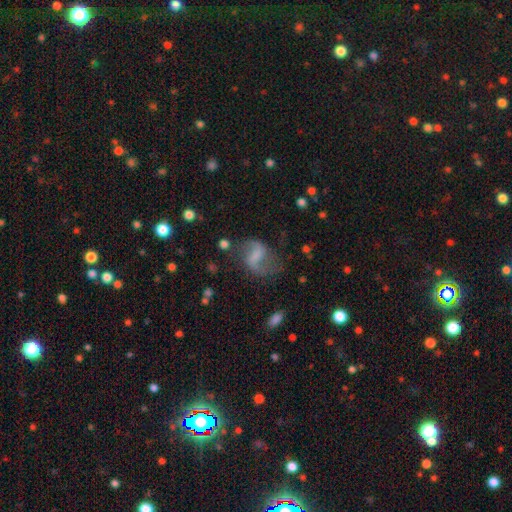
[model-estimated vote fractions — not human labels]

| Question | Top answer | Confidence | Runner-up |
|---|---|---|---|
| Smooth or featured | featured or disk | 74% | smooth (17%) |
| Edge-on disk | no | 97% | yes (3%) |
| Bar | weak | 47% | strong (33%) |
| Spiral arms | yes | 91% | no (9%) |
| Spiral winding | loose | 62% | medium (32%) |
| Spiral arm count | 2 | 90% | 1 (4%) |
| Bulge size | none | 44% | small (28%) |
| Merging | none | 64% | minor disturbance (18%) |